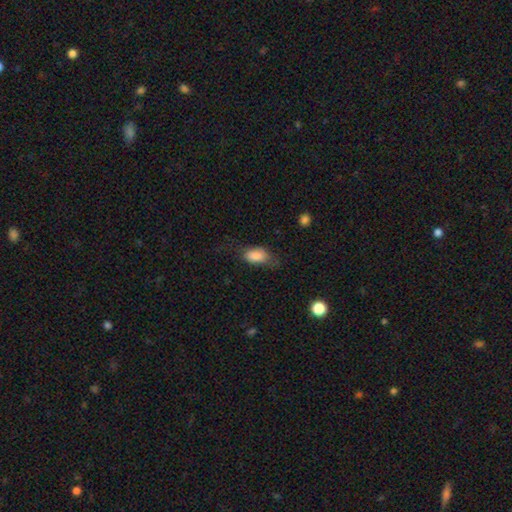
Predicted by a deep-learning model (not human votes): Q: Smooth or featured?
A: smooth (83%); runner-up: featured or disk (10%)
Q: How rounded?
A: in between (89%); runner-up: round (7%)
Q: Merging?
A: none (49%); runner-up: minor disturbance (30%)